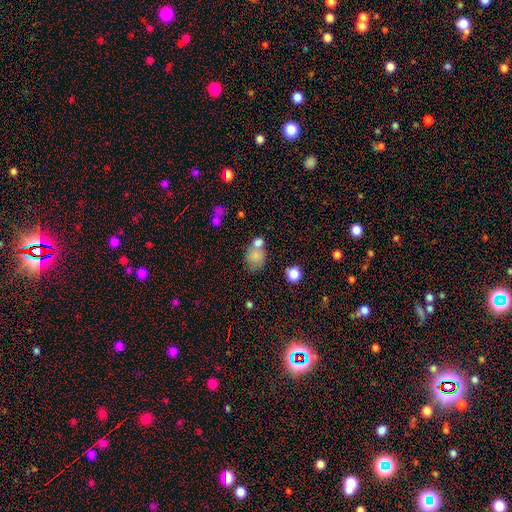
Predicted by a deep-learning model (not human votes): Smooth or featured? Predicted: smooth (p=0.75). How rounded? Predicted: in between (p=0.59). Merging? Predicted: none (p=0.47).